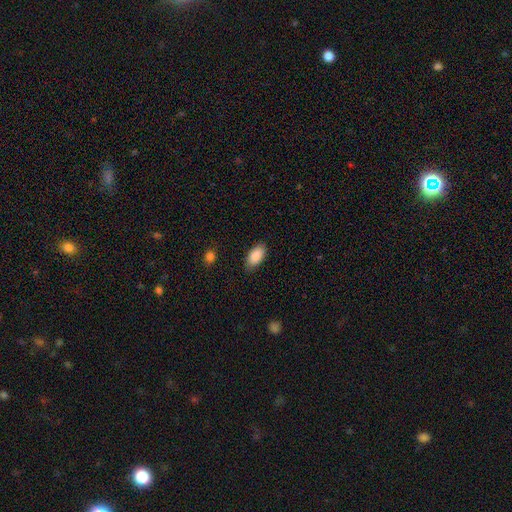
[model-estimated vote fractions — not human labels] Morphology: type=smooth (89%); roundness=in between (94%); merging=none (84%).